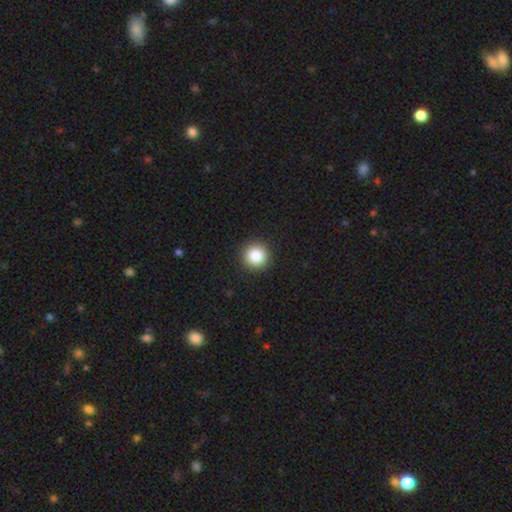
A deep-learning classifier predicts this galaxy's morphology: A smooth galaxy with no disk features (86%) that is round (96%). Merging: none (93%).